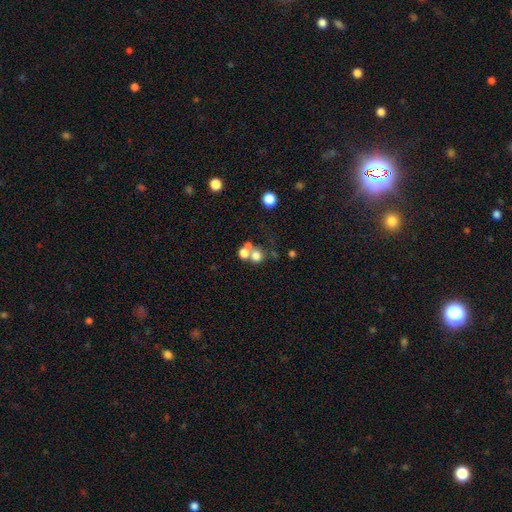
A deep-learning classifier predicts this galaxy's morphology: The model was most divided on "merging": merger: 47%, none: 41%, minor disturbance: 7%, major disturbance: 5%. More confident: how rounded — round (85%); smooth or featured — smooth (69%).